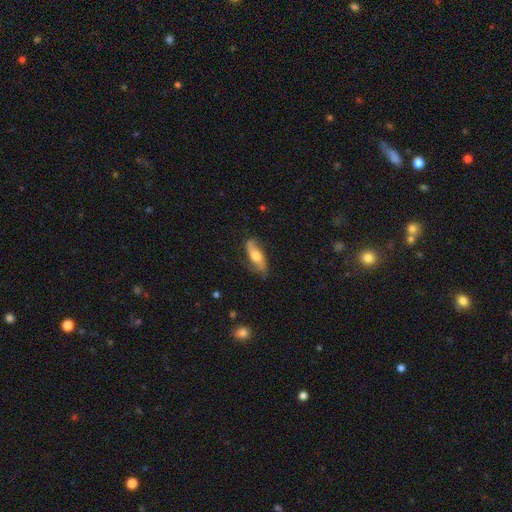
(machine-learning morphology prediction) featured or disk 47%, smooth 46%, star or artifact 7%. Down the decision tree: merging — none (71%).